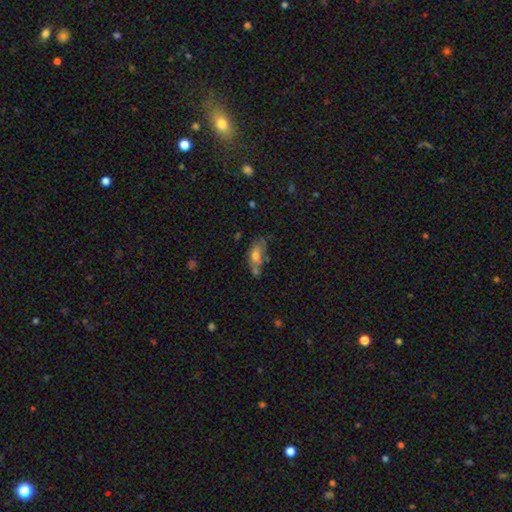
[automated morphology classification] smooth_or_featured: smooth (p=0.59) [alt: featured or disk p=0.30]
how_rounded: in between (p=0.77) [alt: cigar-shaped p=0.17]
merging: none (p=0.44) [alt: minor disturbance p=0.24]